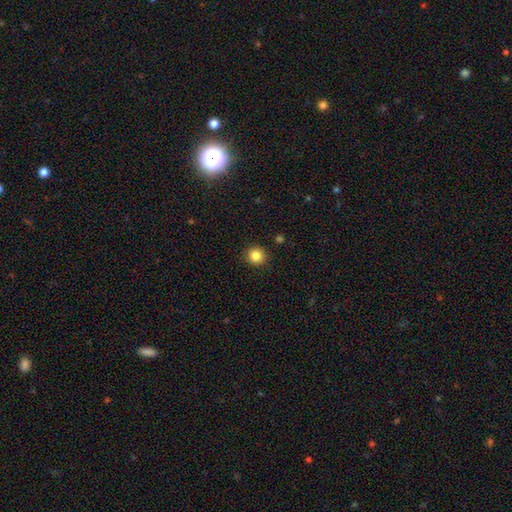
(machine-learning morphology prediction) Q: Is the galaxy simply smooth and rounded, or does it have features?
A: smooth — 85%.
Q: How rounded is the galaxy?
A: round — 92%.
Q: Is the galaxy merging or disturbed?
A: none — 91%.